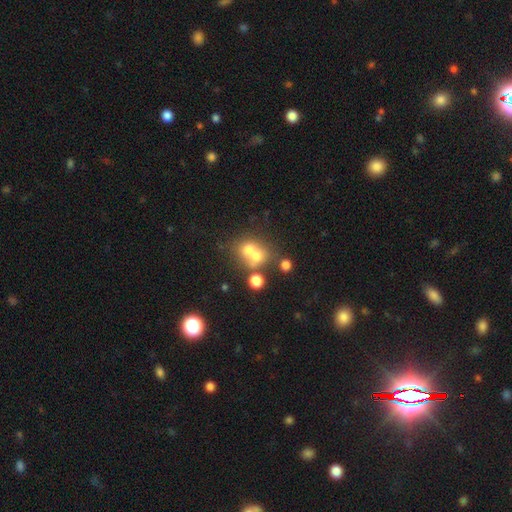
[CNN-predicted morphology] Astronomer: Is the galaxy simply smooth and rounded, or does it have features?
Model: smooth — 63%.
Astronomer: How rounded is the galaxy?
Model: round — 69%.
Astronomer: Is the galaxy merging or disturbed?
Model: merger — 57%.